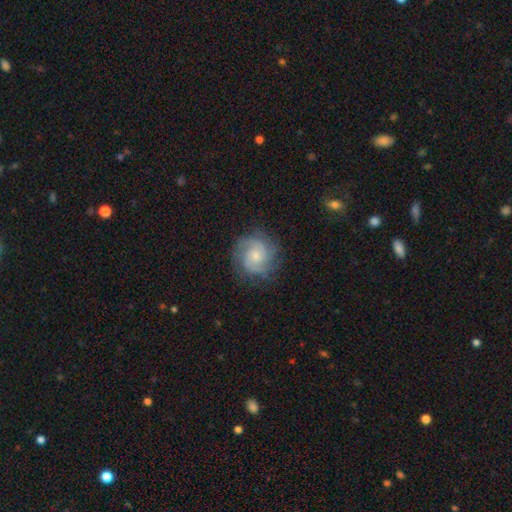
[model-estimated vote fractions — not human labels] This is likely a featured or disk galaxy (76%). It is clearly not viewed edge-on (98%). Bar: likely no (70%). Spiral arm pattern: clearly yes (95%). Spiral arm count: marginally 2 (36%). Spiral winding: possibly tight (55%). Central bulge: possibly small (53%). Merging: likely none (79%).